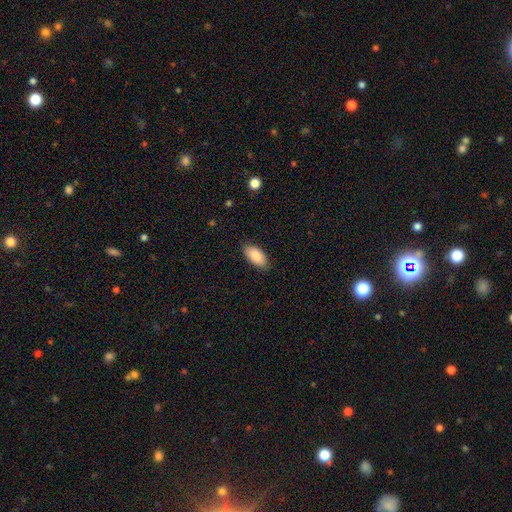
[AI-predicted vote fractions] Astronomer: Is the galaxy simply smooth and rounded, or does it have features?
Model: smooth — 89%.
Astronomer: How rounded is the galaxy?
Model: in between — 94%.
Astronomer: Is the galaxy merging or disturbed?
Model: none — 84%.